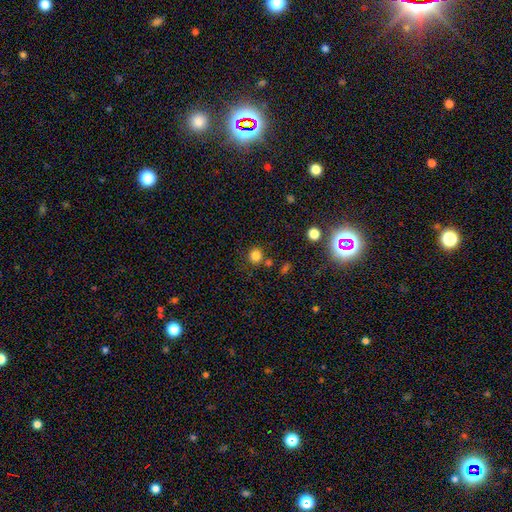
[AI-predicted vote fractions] smooth-or-featured: smooth: 81% | star or artifact: 14% | featured or disk: 5%
  how-rounded: round: 87% | in between: 12% | cigar-shaped: 1%
  merging: none: 77% | minor disturbance: 11% | merger: 8% | major disturbance: 4%